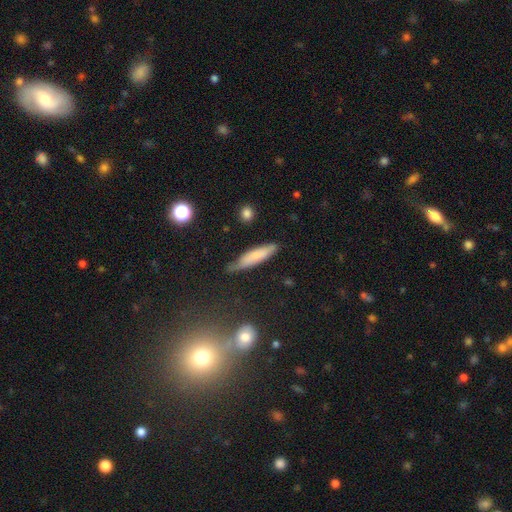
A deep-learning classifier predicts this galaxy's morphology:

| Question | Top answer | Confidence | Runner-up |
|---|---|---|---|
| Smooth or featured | smooth | 70% | featured or disk (24%) |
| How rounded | cigar-shaped | 81% | in between (17%) |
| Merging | none | 69% | minor disturbance (24%) |